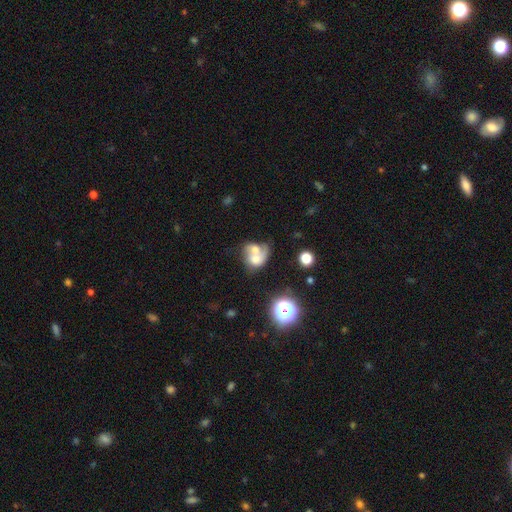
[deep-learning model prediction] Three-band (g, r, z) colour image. It shows a smooth galaxy with no disk features (55%) that is round (53%). Merging: merger (72%).